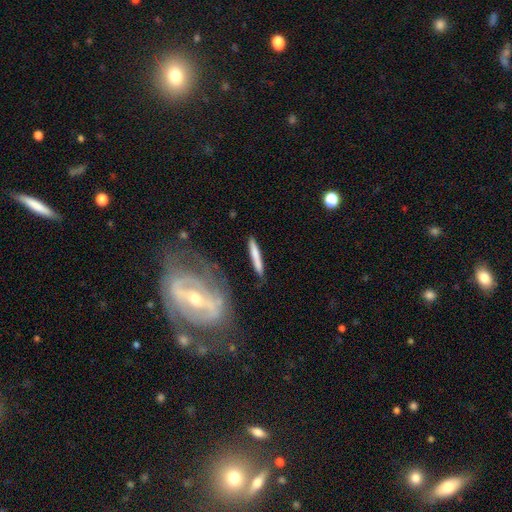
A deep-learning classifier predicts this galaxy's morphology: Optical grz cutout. It shows a smooth galaxy with no disk features (67%) that is cigar-shaped (93%). Merging: none (81%).